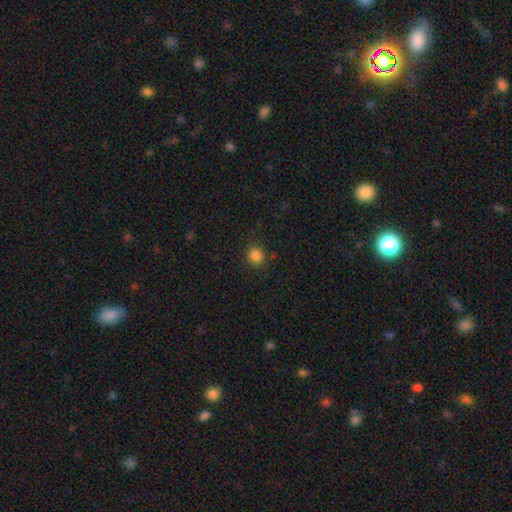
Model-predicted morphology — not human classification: A smooth galaxy with no disk features (83%) that is round (80%).

Vote fractions:
- Smooth or featured? smooth: 83% / star or artifact: 13% / featured or disk: 4%
- How rounded? round: 80% / in between: 19% / cigar-shaped: 1%
- Merging? none: 86% / minor disturbance: 10% / major disturbance: 3% / merger: 2%